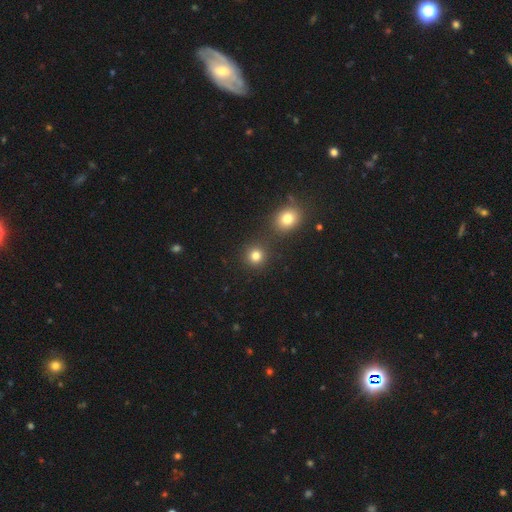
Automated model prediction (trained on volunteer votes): smooth 80%, star or artifact 14%, featured or disk 5%. Down the decision tree: how rounded — round (90%); merging — none (81%).